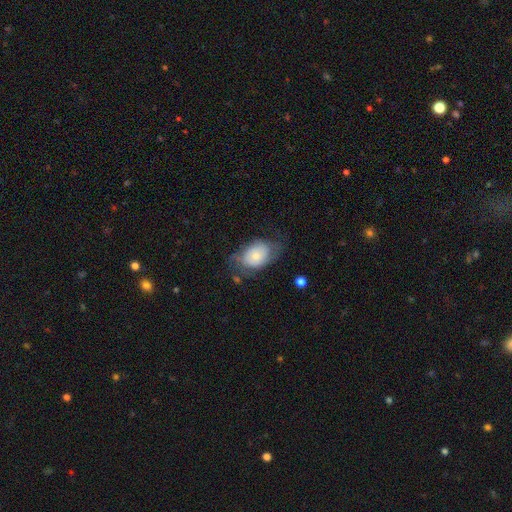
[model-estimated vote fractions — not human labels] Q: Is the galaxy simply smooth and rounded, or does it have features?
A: smooth — 58%.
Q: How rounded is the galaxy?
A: in between — 79%.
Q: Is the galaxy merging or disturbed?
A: none — 49%.